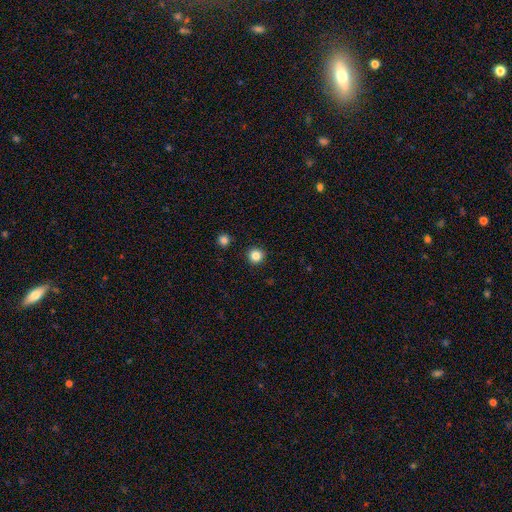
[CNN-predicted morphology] smooth-or-featured: smooth: 84% | star or artifact: 12% | featured or disk: 4%
  how-rounded: round: 95% | in between: 4% | cigar-shaped: 1%
  merging: none: 93% | minor disturbance: 4% | major disturbance: 2% | merger: 1%